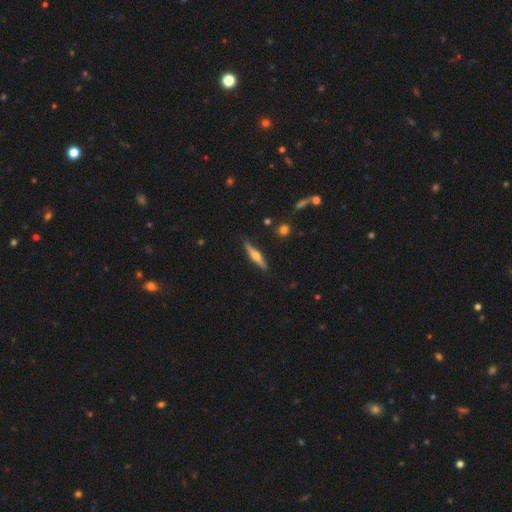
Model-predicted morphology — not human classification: Smooth or featured: featured or disk — 53% (smooth — 41%)
Edge-on disk: yes — 95% (no — 5%)
Edge-on bulge: rounded — 87% (none — 8%)
Merging: none — 87% (minor disturbance — 9%)